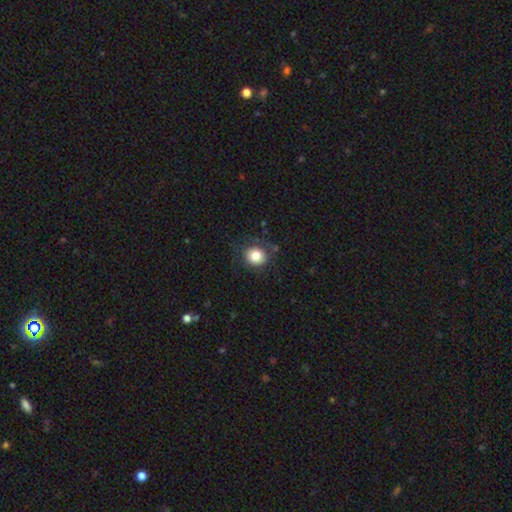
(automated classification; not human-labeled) A smooth galaxy with no disk features (81%) that is round (76%). Merging: none (76%).